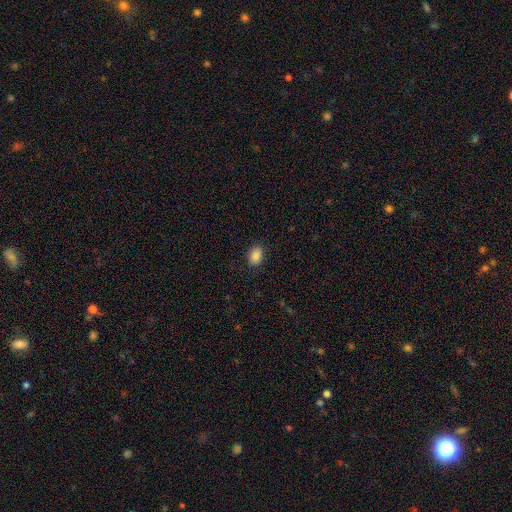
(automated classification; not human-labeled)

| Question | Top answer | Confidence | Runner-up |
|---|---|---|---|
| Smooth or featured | smooth | 87% | star or artifact (9%) |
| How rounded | in between | 77% | round (22%) |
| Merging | none | 87% | minor disturbance (9%) |